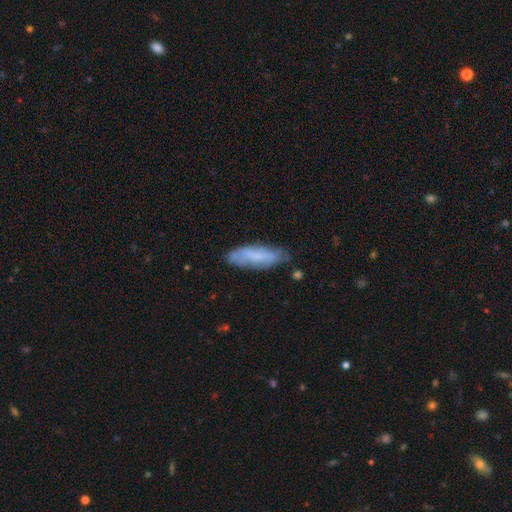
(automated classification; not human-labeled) Overall: smooth (59%; featured or disk 33%). How rounded: cigar-shaped (53%; in between 46%). Merging: none (65%).